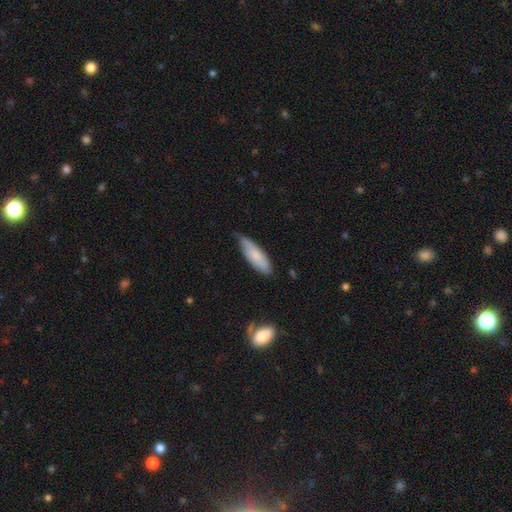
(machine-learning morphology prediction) Smooth or featured?
  - smooth: 77% *
  - featured or disk: 17%
  - star or artifact: 6%
How rounded?
  - in between: 53% *
  - cigar-shaped: 45%
  - round: 2%
Merging?
  - none: 59% *
  - minor disturbance: 33%
  - major disturbance: 6%
  - merger: 2%